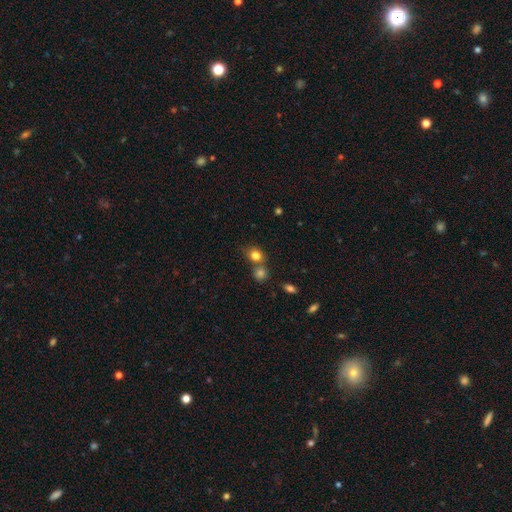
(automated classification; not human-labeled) This appears to be a smooth galaxy with no disk features (80%) that is round (71%). Merging: none (55%).